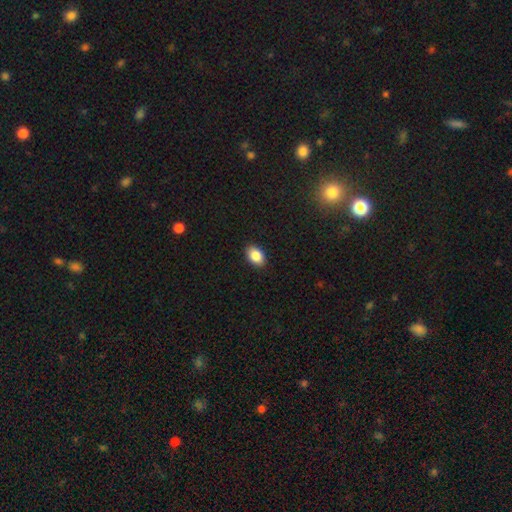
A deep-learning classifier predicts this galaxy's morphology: Q: Smooth or featured?
A: smooth (86%); runner-up: star or artifact (8%)
Q: How rounded?
A: in between (87%); runner-up: round (12%)
Q: Merging?
A: none (89%); runner-up: minor disturbance (8%)